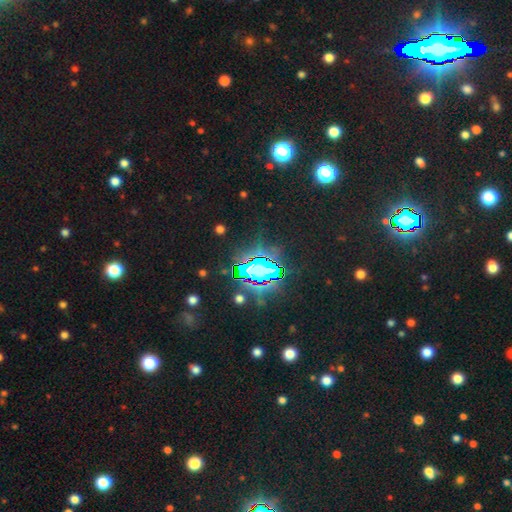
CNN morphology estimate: Q: Smooth or featured?
A: star or artifact (76%); runner-up: smooth (14%)